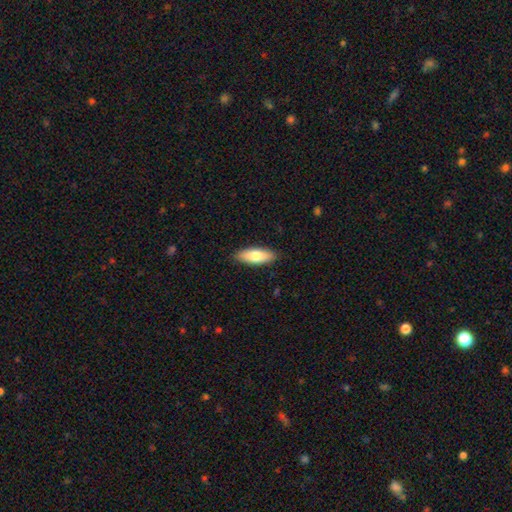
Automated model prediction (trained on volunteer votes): Q: Smooth or featured?
A: smooth (74%); runner-up: featured or disk (20%)
Q: How rounded?
A: in between (69%); runner-up: cigar-shaped (29%)
Q: Merging?
A: none (88%); runner-up: minor disturbance (9%)